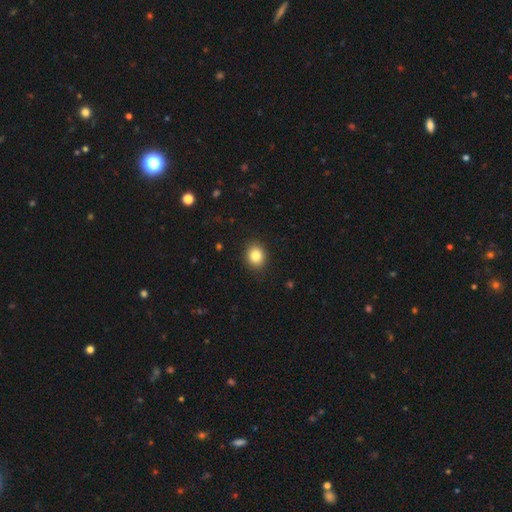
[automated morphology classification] Q: Smooth or featured?
A: smooth (84%); runner-up: star or artifact (10%)
Q: How rounded?
A: round (62%); runner-up: in between (37%)
Q: Merging?
A: none (90%); runner-up: minor disturbance (7%)